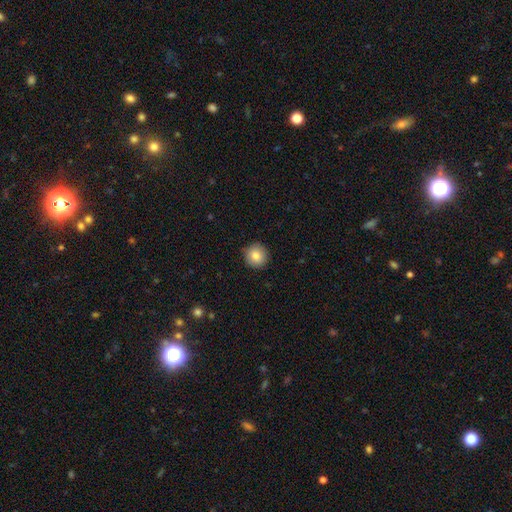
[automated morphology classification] Smooth or featured? Predicted: smooth (p=0.84). How rounded? Predicted: round (p=0.94). Merging? Predicted: none (p=0.91).